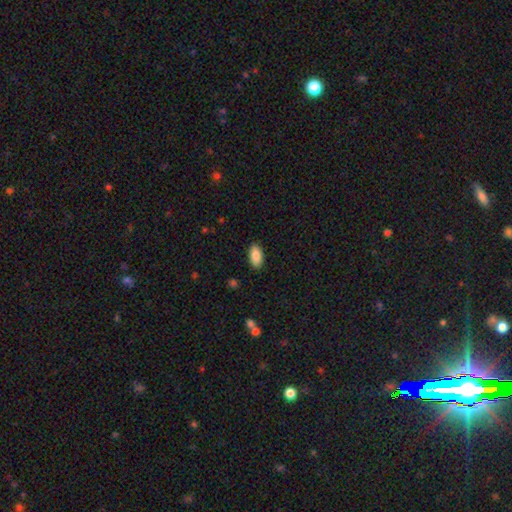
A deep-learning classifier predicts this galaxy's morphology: smooth-or-featured: smooth: 88% | star or artifact: 7% | featured or disk: 5%
  how-rounded: in between: 93% | cigar-shaped: 5% | round: 2%
  merging: none: 89% | minor disturbance: 8% | major disturbance: 2% | merger: 1%